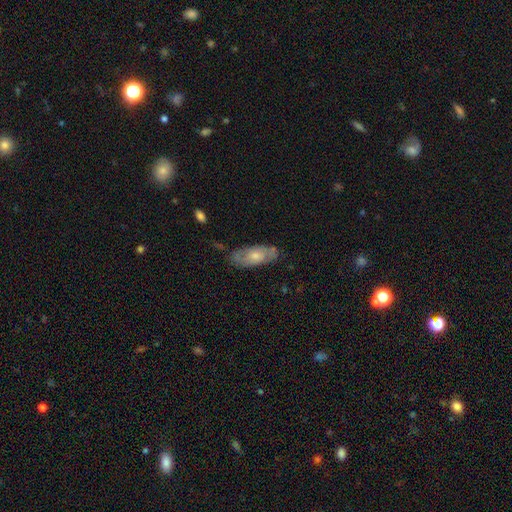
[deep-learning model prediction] Q: Smooth or featured?
A: smooth (49%); runner-up: featured or disk (45%)
Q: Merging?
A: none (68%); runner-up: minor disturbance (23%)